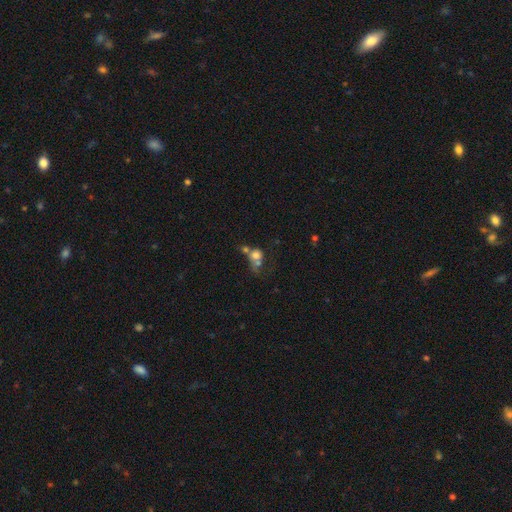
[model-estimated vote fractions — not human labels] Smooth or featured: smooth — 66% (featured or disk — 20%)
How rounded: round — 69% (in between — 29%)
Merging: merger — 54% (none — 22%)